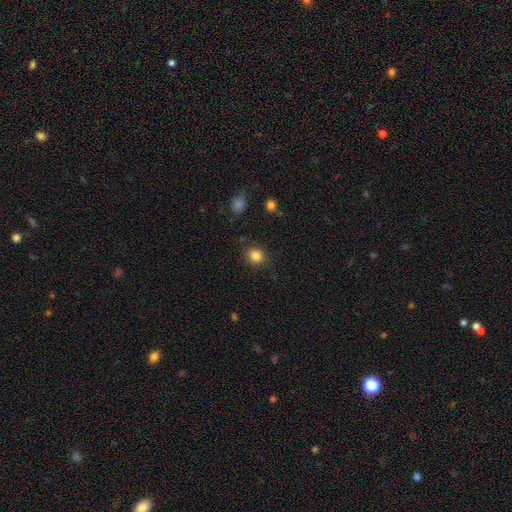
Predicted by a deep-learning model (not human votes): Smooth or featured? smooth (85%)
How rounded? round (80%)
Merging? none (87%)